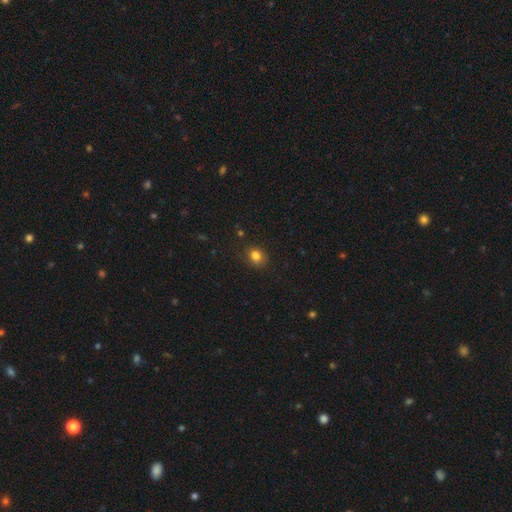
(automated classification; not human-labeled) A smooth galaxy with no disk features (82%) that is round (52%).

Vote fractions:
- Smooth or featured? smooth: 82% / star or artifact: 12% / featured or disk: 6%
- How rounded? round: 52% / in between: 47% / cigar-shaped: 1%
- Merging? none: 79% / minor disturbance: 15% / major disturbance: 4% / merger: 2%